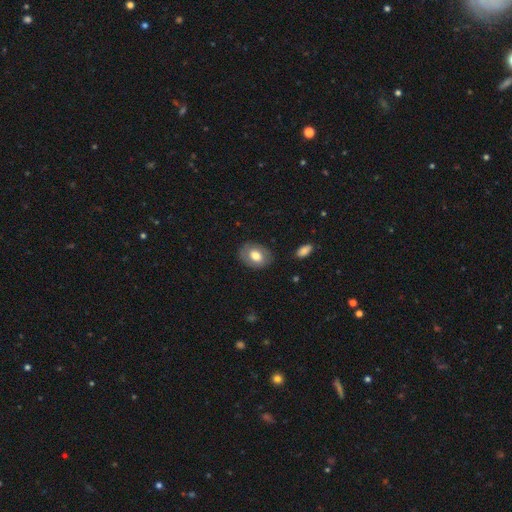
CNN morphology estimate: A smooth galaxy with no disk features (67%) that is in between round and cigar-shaped (71%). Merging: none (81%).